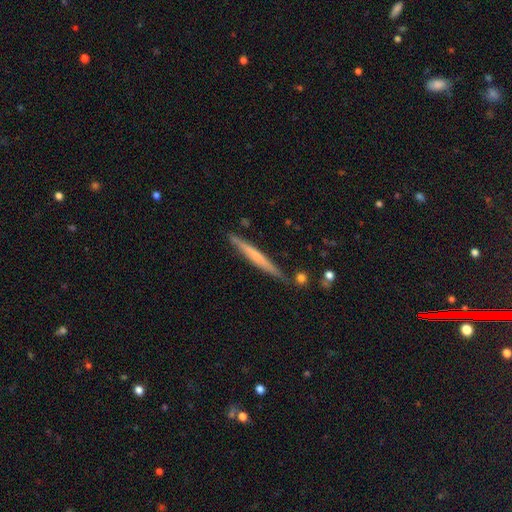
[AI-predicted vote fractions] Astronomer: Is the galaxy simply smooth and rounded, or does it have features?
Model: featured or disk — 50% (runner-up: smooth, 44%).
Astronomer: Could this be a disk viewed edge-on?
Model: yes — 96%.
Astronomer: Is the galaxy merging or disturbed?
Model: none — 84%.